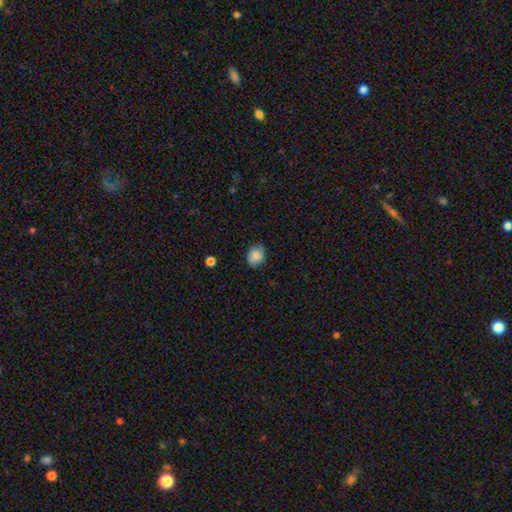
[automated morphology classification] Q: Smooth or featured?
A: smooth (81%); runner-up: featured or disk (10%)
Q: How rounded?
A: in between (55%); runner-up: round (44%)
Q: Merging?
A: none (76%); runner-up: minor disturbance (19%)